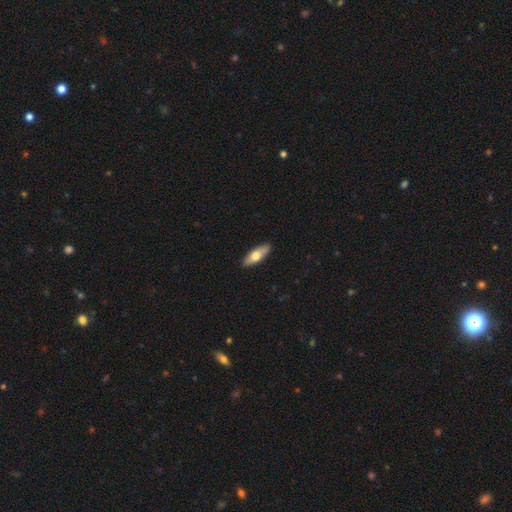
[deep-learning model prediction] smooth 62%, featured or disk 33%, star or artifact 5%. Down the decision tree: how rounded — in between (58%); merging — none (90%).